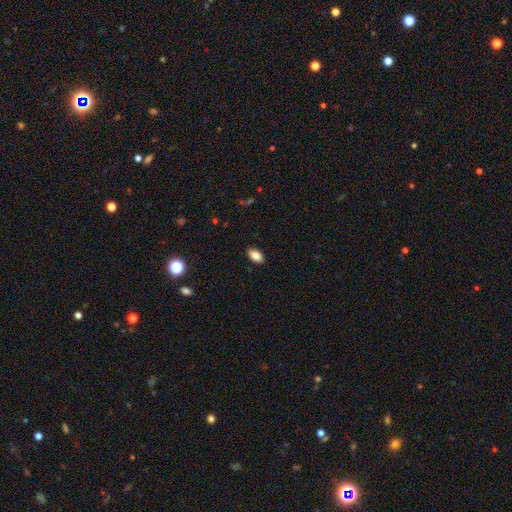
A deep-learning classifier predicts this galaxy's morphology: Smooth or featured?
  - smooth: 87% *
  - star or artifact: 8%
  - featured or disk: 5%
How rounded?
  - in between: 93% *
  - round: 5%
  - cigar-shaped: 2%
Merging?
  - none: 89% *
  - minor disturbance: 8%
  - major disturbance: 2%
  - merger: 1%